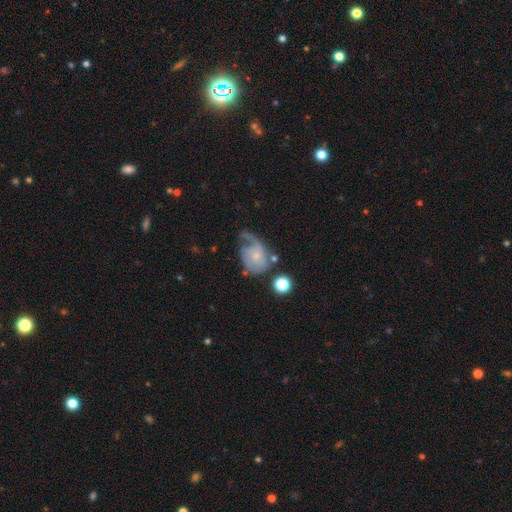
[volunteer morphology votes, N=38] A featured or disk galaxy (66%) with no bar (72%), 1 (71%) loose (41%) spiral arms (68%) and a small central bulge (68%). Merging: major disturbance (53%).